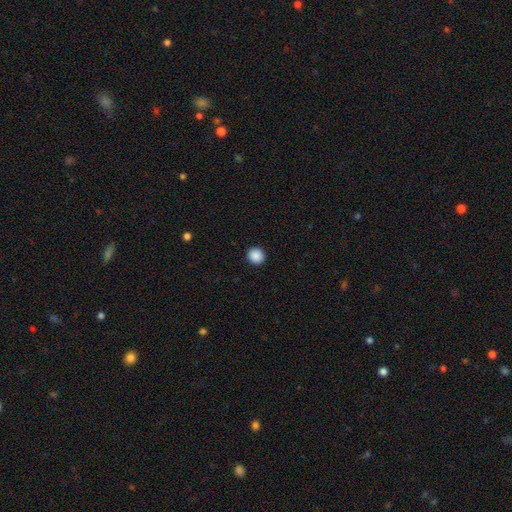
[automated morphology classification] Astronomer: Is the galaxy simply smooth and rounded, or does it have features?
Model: smooth — 89%.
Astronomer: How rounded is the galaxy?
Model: round — 93%.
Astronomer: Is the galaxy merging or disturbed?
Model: none — 93%.